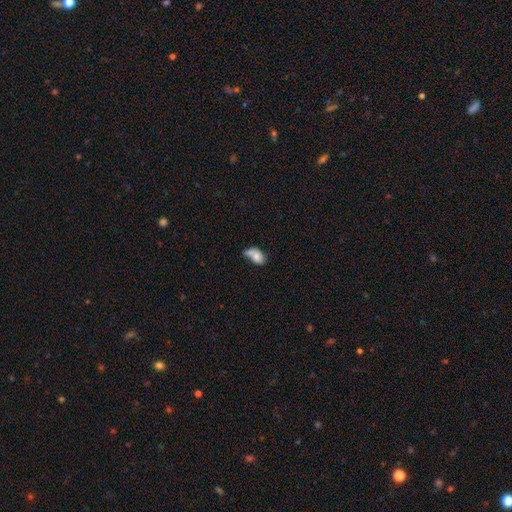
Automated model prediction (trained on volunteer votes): smooth 70%, featured or disk 22%, star or artifact 8%. Down the decision tree: how rounded — in between (85%); merging — merger (45%).